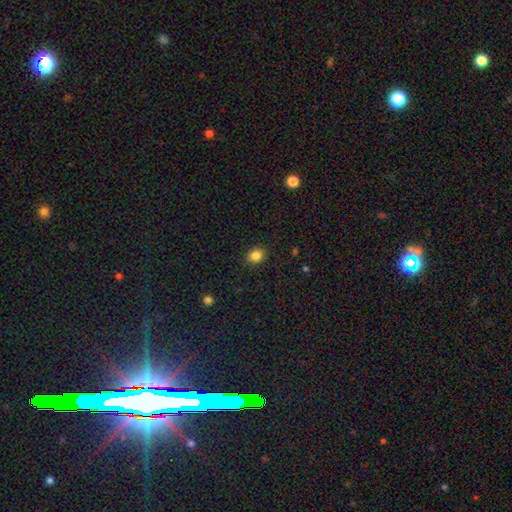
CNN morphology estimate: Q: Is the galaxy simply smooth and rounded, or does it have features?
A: smooth — 85%.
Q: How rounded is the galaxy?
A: round — 60%.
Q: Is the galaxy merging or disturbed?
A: none — 90%.